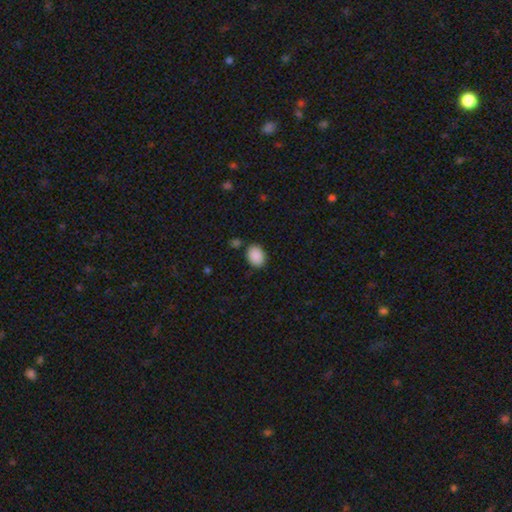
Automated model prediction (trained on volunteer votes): Smooth or featured: smooth — 90% (star or artifact — 8%)
How rounded: in between — 74% (round — 25%)
Merging: none — 81% (minor disturbance — 12%)